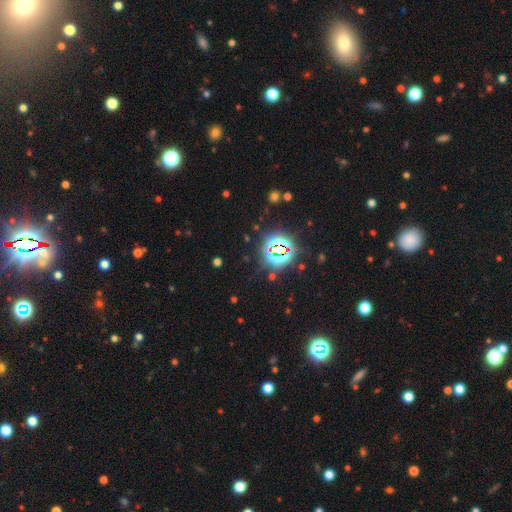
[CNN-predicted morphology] Smooth or featured: star or artifact — 80% (smooth — 13%)